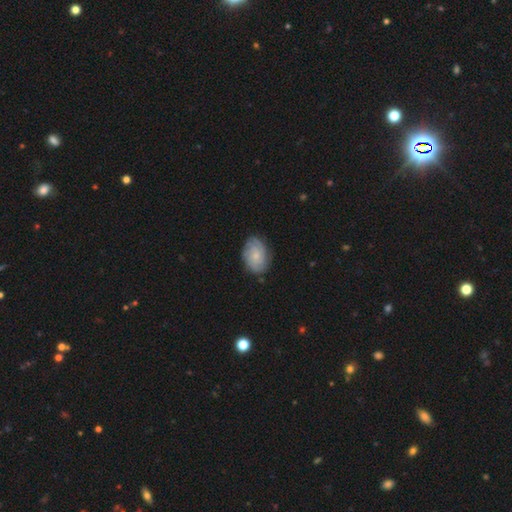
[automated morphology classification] Q: Smooth or featured?
A: featured or disk (60%); runner-up: smooth (33%)
Q: Edge-on disk?
A: no (97%); runner-up: yes (3%)
Q: Bar?
A: no (76%); runner-up: weak (21%)
Q: Spiral arms?
A: yes (91%); runner-up: no (9%)
Q: Spiral winding?
A: tight (65%); runner-up: medium (27%)
Q: Spiral arm count?
A: can't tell (41%); runner-up: 2 (19%)
Q: Bulge size?
A: small (66%); runner-up: moderate (22%)
Q: Merging?
A: none (79%); runner-up: minor disturbance (16%)